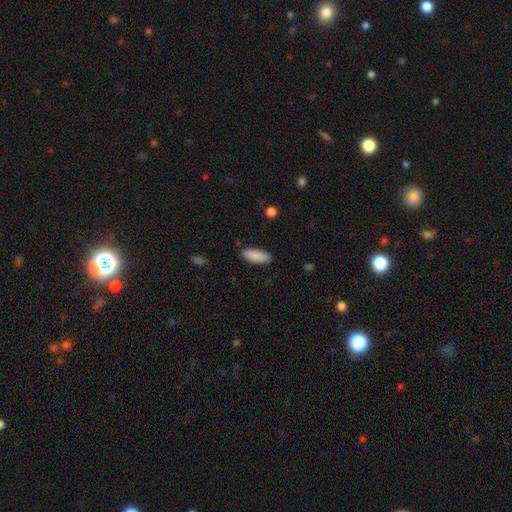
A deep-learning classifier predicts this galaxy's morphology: type=smooth (89%); roundness=in between (72%); merging=none (88%).